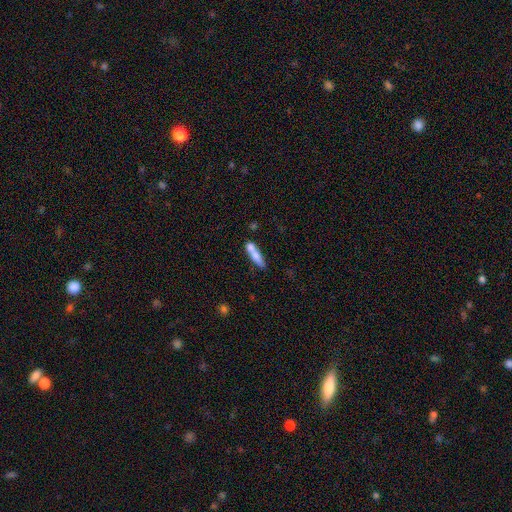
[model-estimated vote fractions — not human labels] Smooth or featured? Predicted: smooth (p=0.68). How rounded? Predicted: cigar-shaped (p=0.69). Merging? Predicted: none (p=0.43).